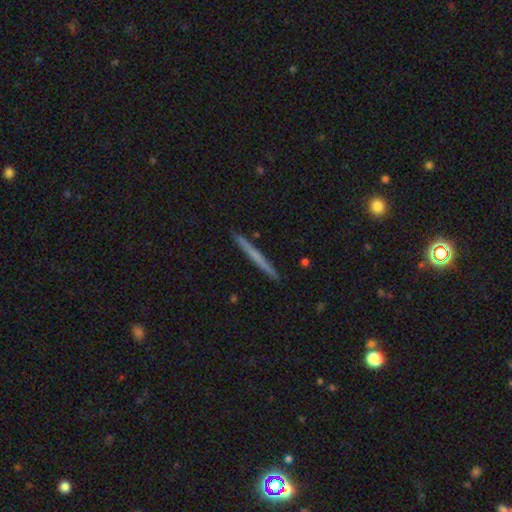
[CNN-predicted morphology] Q: Smooth or featured?
A: smooth (52%); runner-up: featured or disk (43%)
Q: How rounded?
A: cigar-shaped (97%); runner-up: in between (2%)
Q: Merging?
A: none (93%); runner-up: minor disturbance (5%)